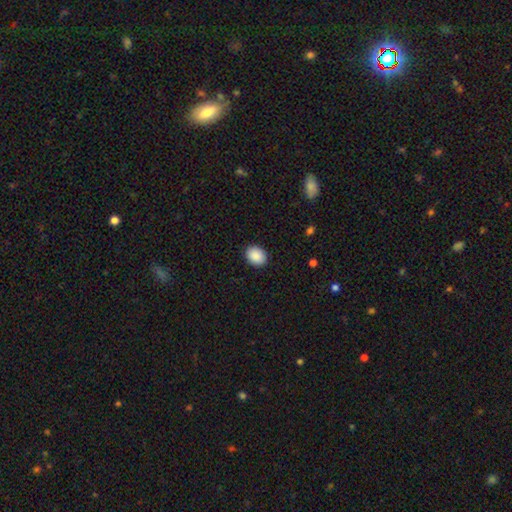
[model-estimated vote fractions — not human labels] Q: Smooth or featured?
A: smooth (90%); runner-up: star or artifact (7%)
Q: How rounded?
A: in between (59%); runner-up: round (40%)
Q: Merging?
A: none (90%); runner-up: minor disturbance (7%)